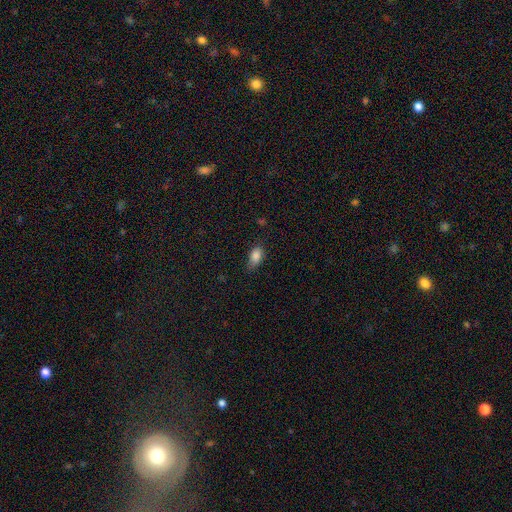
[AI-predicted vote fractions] Q: Smooth or featured?
A: smooth (86%); runner-up: star or artifact (8%)
Q: How rounded?
A: in between (89%); runner-up: round (7%)
Q: Merging?
A: none (67%); runner-up: minor disturbance (26%)